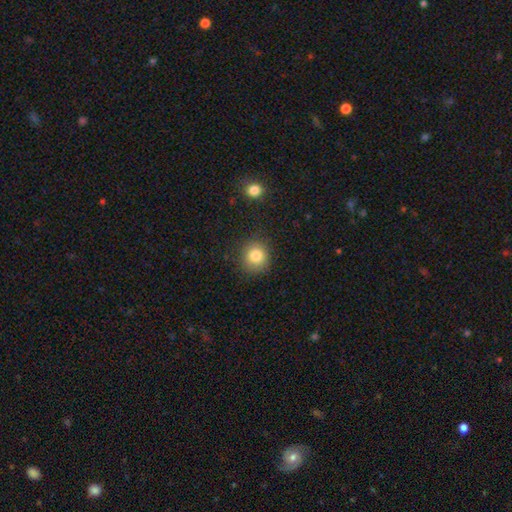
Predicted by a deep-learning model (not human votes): Morphology: type=smooth (83%); roundness=round (88%); merging=none (86%).